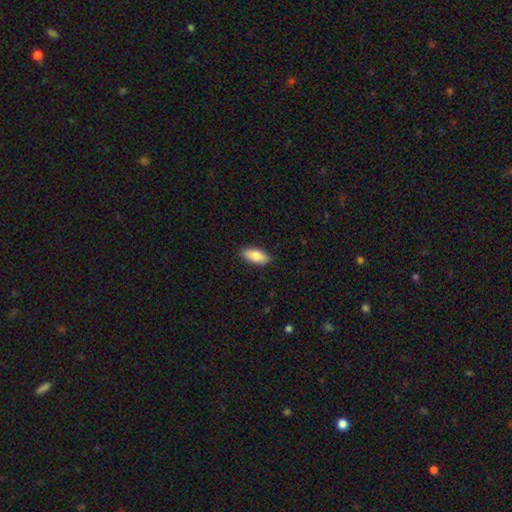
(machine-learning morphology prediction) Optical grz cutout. It shows a smooth galaxy with no disk features (81%) that is in between round and cigar-shaped (85%). Merging: none (90%).